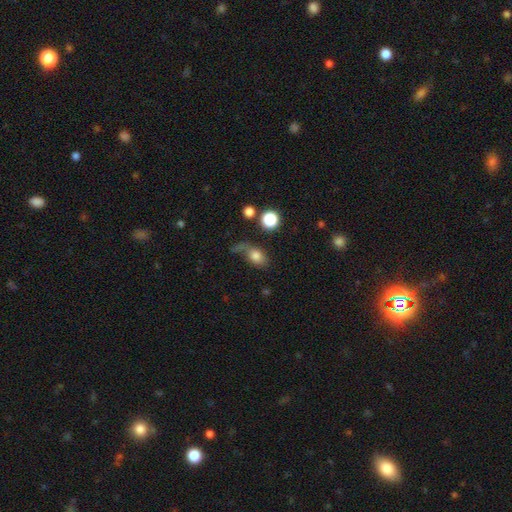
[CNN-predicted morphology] A smooth galaxy with no disk features (76%) that is in between round and cigar-shaped (72%).

Vote fractions:
- Smooth or featured? smooth: 76% / featured or disk: 13% / star or artifact: 11%
- How rounded? in between: 72% / round: 25% / cigar-shaped: 3%
- Merging? none: 39% / major disturbance: 26% / minor disturbance: 24% / merger: 11%